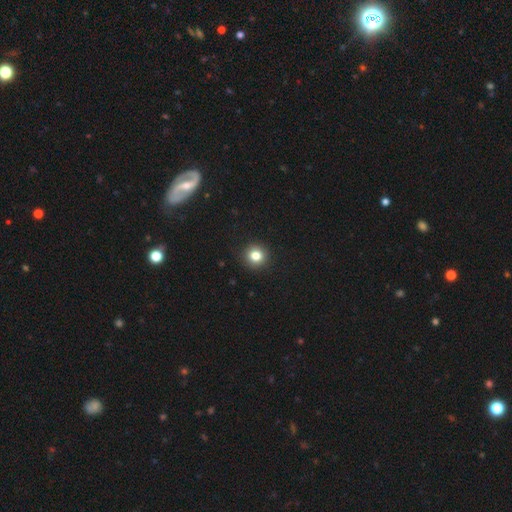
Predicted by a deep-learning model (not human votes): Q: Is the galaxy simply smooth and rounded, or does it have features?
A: smooth — 81%.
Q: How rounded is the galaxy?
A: round — 94%.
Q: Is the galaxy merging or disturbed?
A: none — 93%.